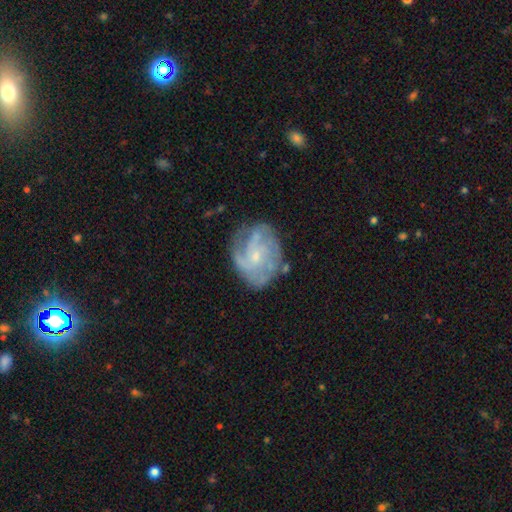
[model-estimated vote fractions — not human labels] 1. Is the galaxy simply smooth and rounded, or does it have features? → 80% featured or disk, 14% smooth, 7% star or artifact.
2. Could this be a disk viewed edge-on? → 97% no, 3% yes.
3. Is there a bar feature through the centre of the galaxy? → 68% no, 28% weak, 4% strong.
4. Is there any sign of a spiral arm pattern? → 91% yes, 9% no.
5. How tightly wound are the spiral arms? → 48% tight, 38% medium, 13% loose.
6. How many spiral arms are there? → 31% can't tell, 27% 3, 16% 4, 15% 2, 6% more than 4, 5% 1.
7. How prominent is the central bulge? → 73% small, 21% moderate, 4% none, 1% large, 1% dominant.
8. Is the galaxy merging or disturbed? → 67% none, 21% minor disturbance, 10% major disturbance, 2% merger.